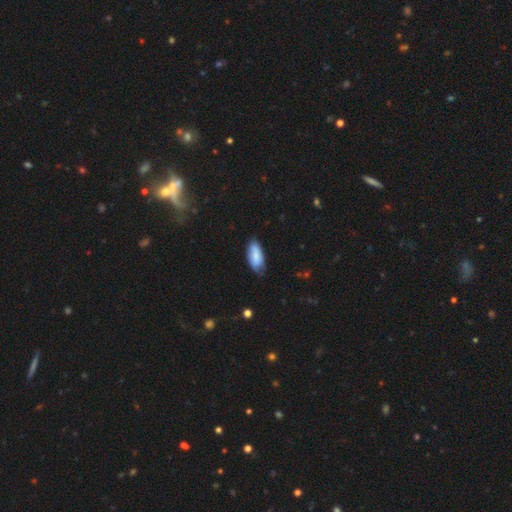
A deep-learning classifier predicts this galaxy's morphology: A smooth galaxy with no disk features (80%) that is in between round and cigar-shaped (88%).

Vote fractions:
- Smooth or featured? smooth: 80% / featured or disk: 14% / star or artifact: 6%
- How rounded? in between: 88% / cigar-shaped: 11% / round: 2%
- Merging? none: 67% / minor disturbance: 27% / major disturbance: 4% / merger: 1%